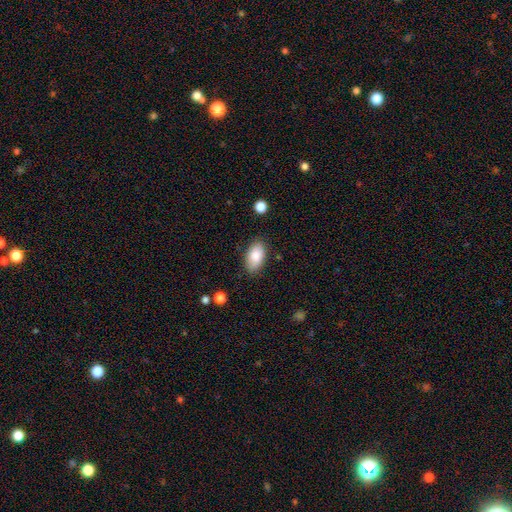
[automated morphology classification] A smooth galaxy with no disk features (85%) that is in between round and cigar-shaped (94%).

Vote fractions:
- Smooth or featured? smooth: 85% / featured or disk: 8% / star or artifact: 7%
- How rounded? in between: 94% / round: 4% / cigar-shaped: 3%
- Merging? none: 84% / minor disturbance: 12% / major disturbance: 3% / merger: 1%